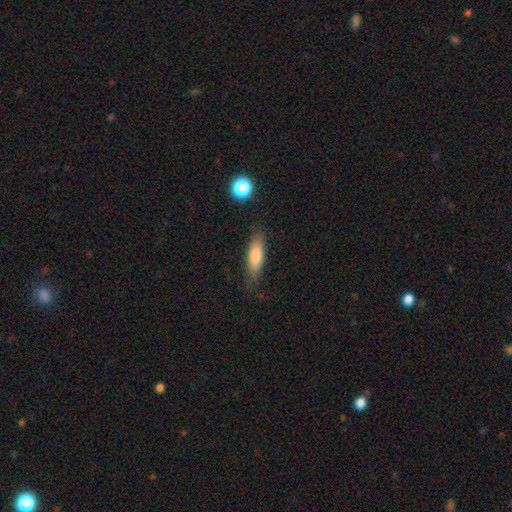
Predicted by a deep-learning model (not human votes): smooth_or_featured: smooth (p=0.74) [alt: featured or disk p=0.18]
how_rounded: cigar-shaped (p=0.54) [alt: in between p=0.43]
merging: none (p=0.79) [alt: minor disturbance p=0.16]